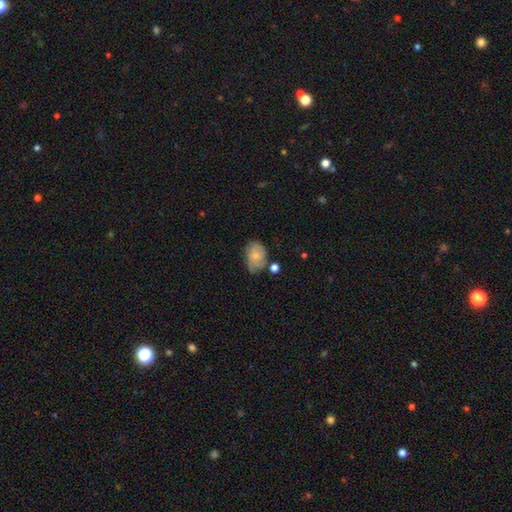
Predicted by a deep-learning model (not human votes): Overall: smooth (61%; featured or disk 30%). How rounded: in between (71%). Merging: none (54%; minor disturbance 29%).